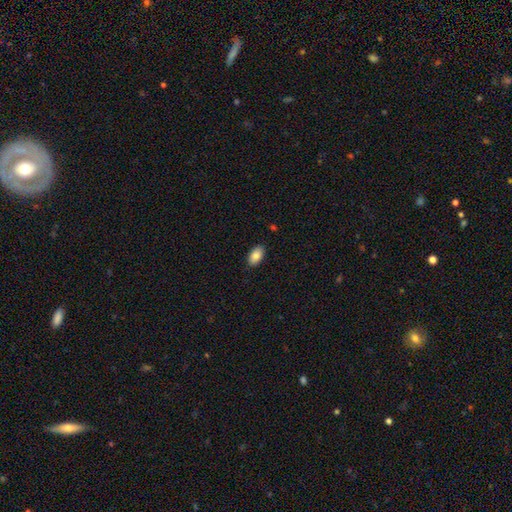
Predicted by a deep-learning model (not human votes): Overall: smooth (85%). How rounded: in between (94%). Merging: none (89%).